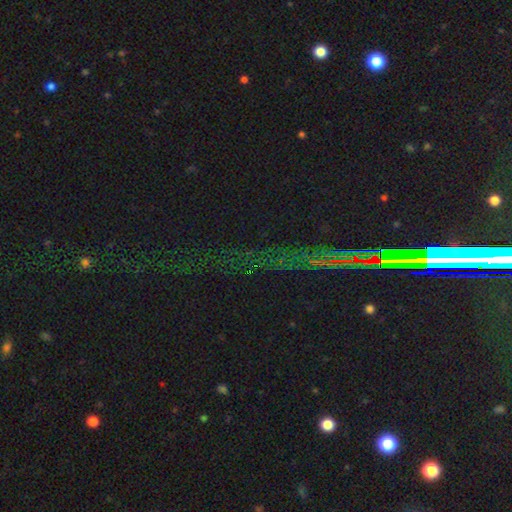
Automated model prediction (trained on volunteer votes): Smooth or featured: star or artifact — 82% (featured or disk — 10%)